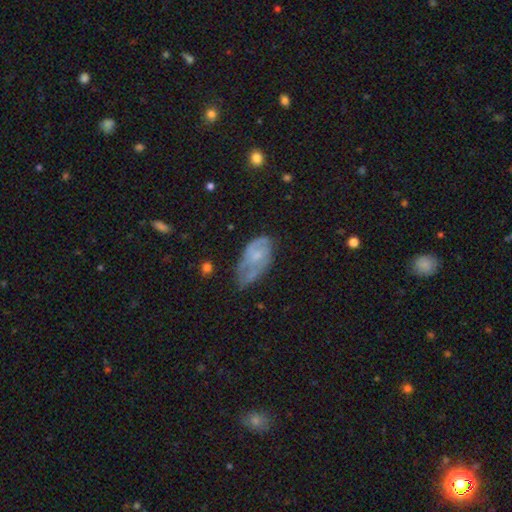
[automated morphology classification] smooth-or-featured: featured or disk: 62% | smooth: 30% | star or artifact: 8%
  disk-edge-on: no: 94% | yes: 6%
    bar: no: 67% | weak: 28% | strong: 5%
    has-spiral-arms: yes: 74% | no: 26%
    bulge-size: small: 58% | moderate: 26% | none: 13% | large: 2% | dominant: 1%
  merging: none: 45% | minor disturbance: 33% | major disturbance: 19% | merger: 3%